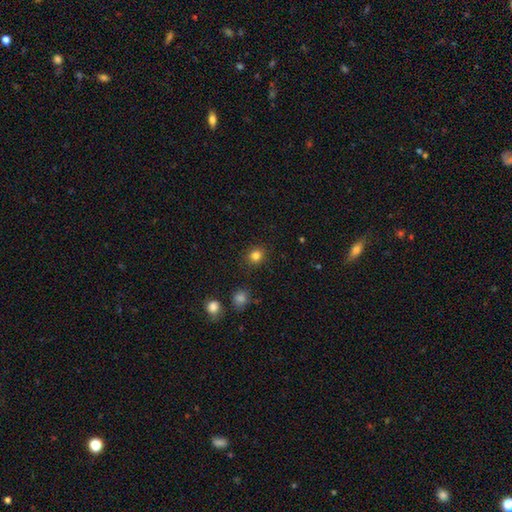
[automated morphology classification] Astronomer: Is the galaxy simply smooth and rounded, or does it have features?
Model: smooth — 83%.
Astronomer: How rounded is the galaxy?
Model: round — 78%.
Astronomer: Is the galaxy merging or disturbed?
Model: none — 89%.